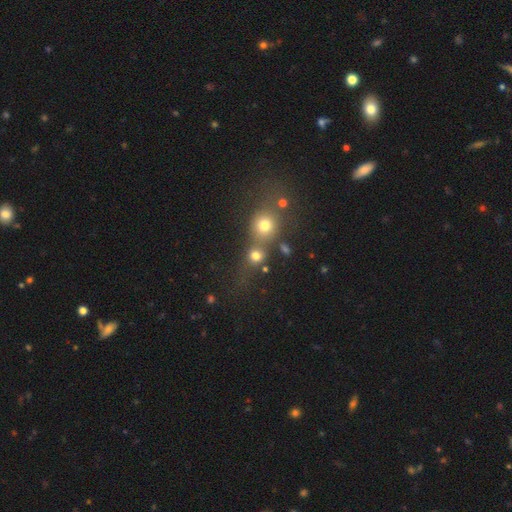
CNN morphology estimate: Smooth or featured? smooth (73%)
How rounded? round (84%)
Merging? none (47%)